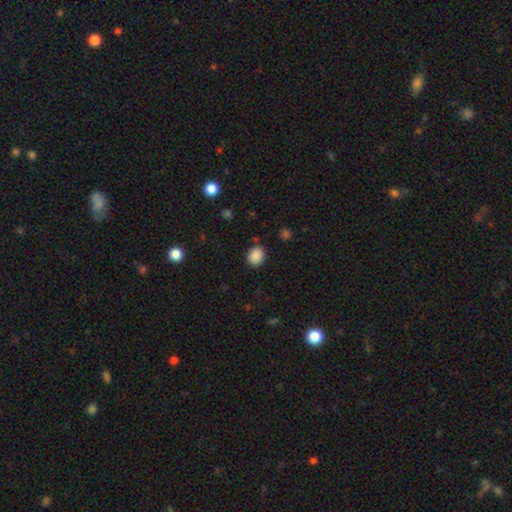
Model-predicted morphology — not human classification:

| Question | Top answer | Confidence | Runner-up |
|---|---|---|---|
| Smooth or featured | smooth | 87% | star or artifact (10%) |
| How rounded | round | 64% | in between (35%) |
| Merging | none | 83% | minor disturbance (12%) |